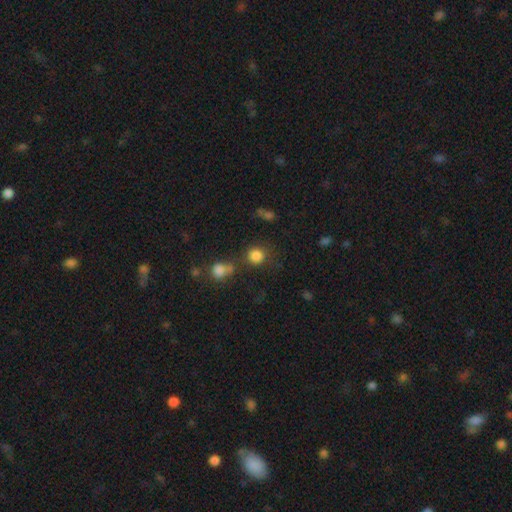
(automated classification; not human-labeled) Smooth or featured: smooth — 82% (star or artifact — 13%)
How rounded: round — 88% (in between — 11%)
Merging: none — 68% (merger — 15%)